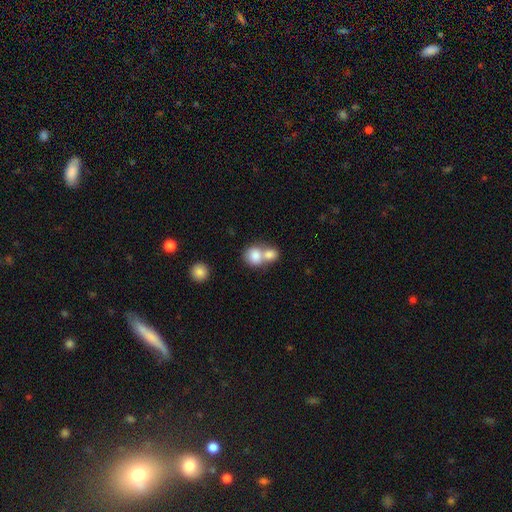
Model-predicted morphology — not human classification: Smooth or featured? Predicted: smooth (p=0.80). How rounded? Predicted: round (p=0.72). Merging? Predicted: merger (p=0.66).